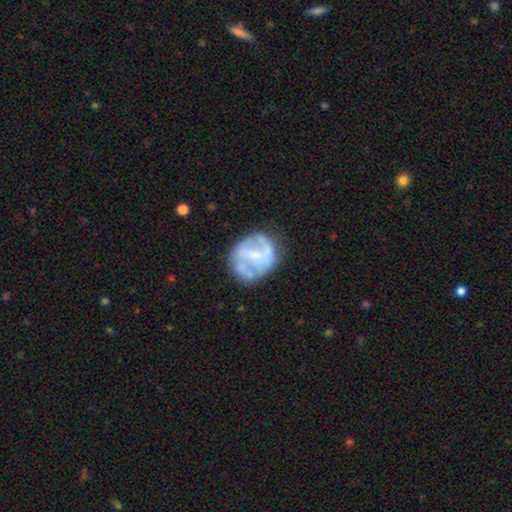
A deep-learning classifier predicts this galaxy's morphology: Smooth or featured? Predicted: featured or disk (p=0.66). Edge-on disk? Predicted: no (p=0.97). Bar? Predicted: weak (p=0.40). Spiral arms? Predicted: yes (p=0.61). Bulge size? Predicted: small (p=0.36). Merging? Predicted: none (p=0.62).